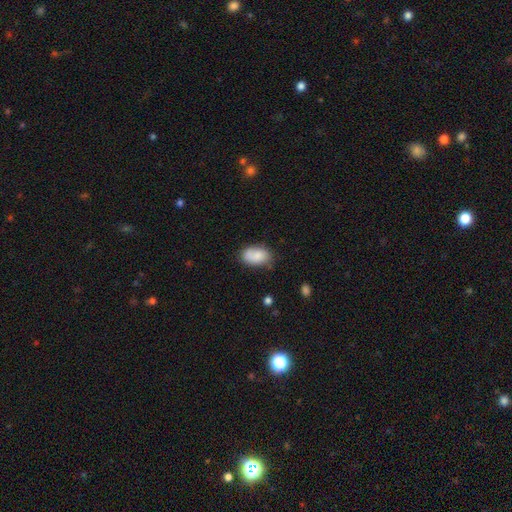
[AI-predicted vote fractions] Morphology: type=smooth (80%); roundness=in between (90%); merging=none (61%).